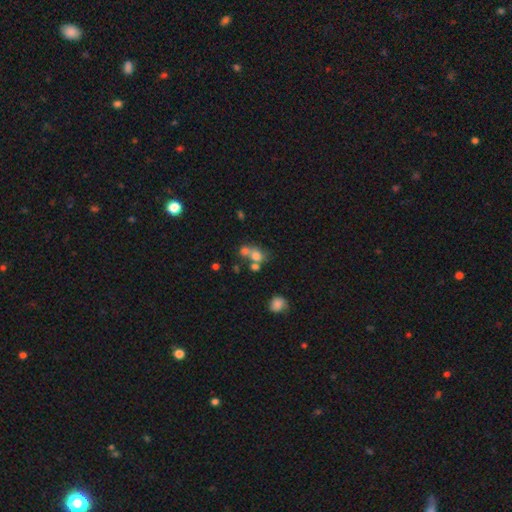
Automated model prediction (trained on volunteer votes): This is likely a smooth galaxy (67%). How rounded: likely round (61%). Merging: possibly merger (52%).